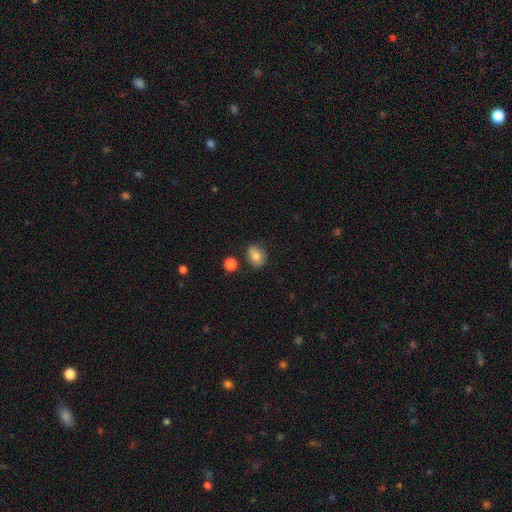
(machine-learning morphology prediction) Overall: smooth (81%). How rounded: round (52%; in between 47%). Merging: none (80%).